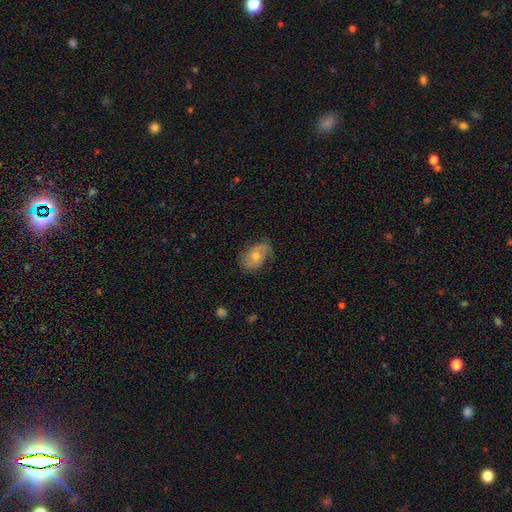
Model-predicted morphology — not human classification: Smooth or featured: featured or disk — 62% (smooth — 28%)
Edge-on disk: no — 95% (yes — 5%)
Bar: no — 68% (weak — 28%)
Spiral arms: yes — 88% (no — 12%)
Spiral winding: medium — 42% (tight — 33%)
Spiral arm count: 2 — 68% (can't tell — 17%)
Bulge size: moderate — 59% (small — 34%)
Merging: none — 75% (minor disturbance — 18%)